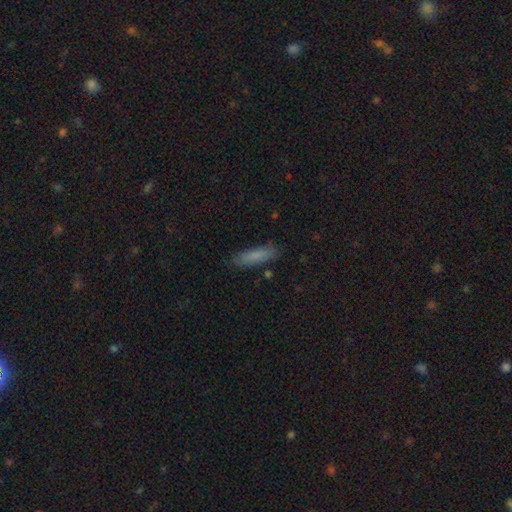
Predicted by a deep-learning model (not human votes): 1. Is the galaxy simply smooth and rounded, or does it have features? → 81% smooth, 11% featured or disk, 7% star or artifact.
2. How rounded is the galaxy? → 68% cigar-shaped, 30% in between, 2% round.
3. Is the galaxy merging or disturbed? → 82% none, 13% minor disturbance, 3% major disturbance, 2% merger.